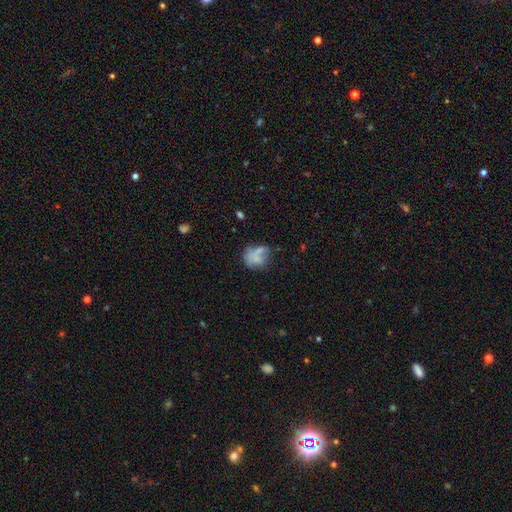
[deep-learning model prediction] Overall: smooth (65%). How rounded: round (55%; in between 43%). Merging: none (41%; minor disturbance 25%).